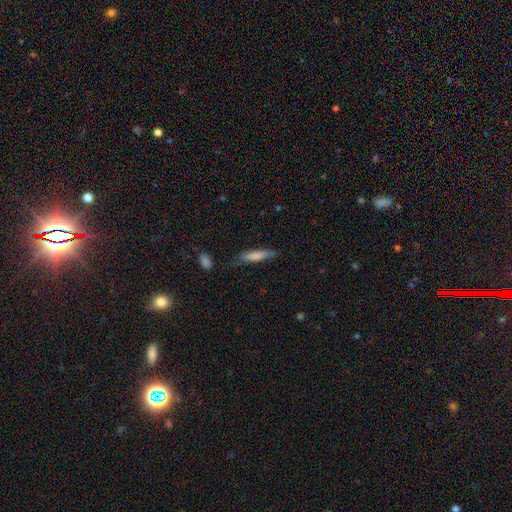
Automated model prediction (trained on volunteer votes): Q: Smooth or featured?
A: smooth (75%); runner-up: featured or disk (19%)
Q: How rounded?
A: cigar-shaped (84%); runner-up: in between (15%)
Q: Merging?
A: none (70%); runner-up: minor disturbance (22%)